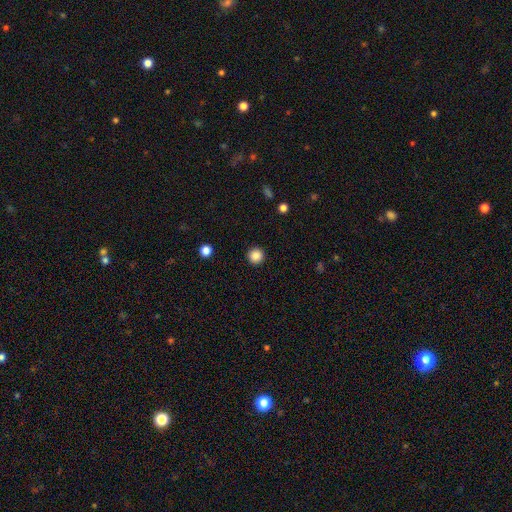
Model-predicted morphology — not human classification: A smooth galaxy with no disk features (86%) that is round (96%). Merging: none (93%).